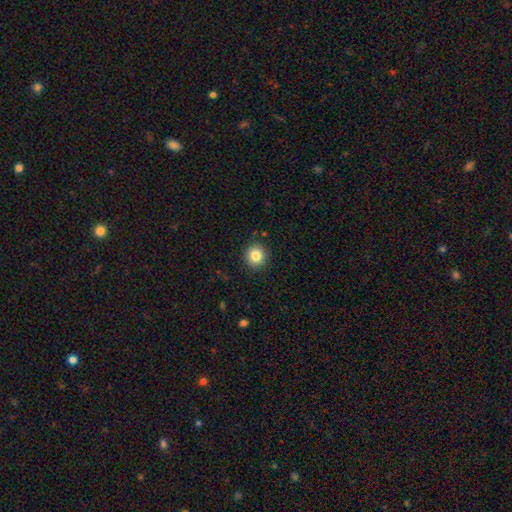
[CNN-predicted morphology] type=smooth (84%); roundness=round (94%); merging=none (91%).